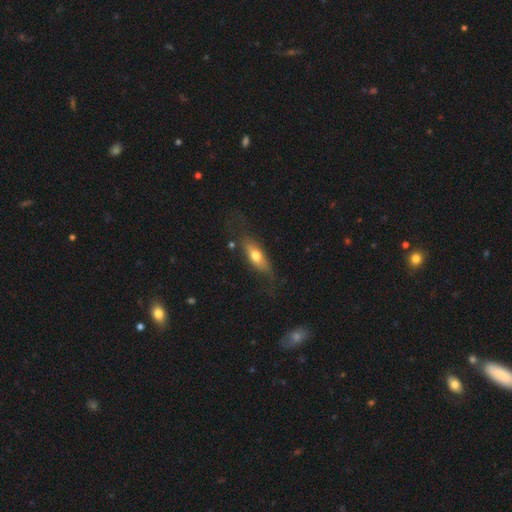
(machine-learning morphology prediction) Smooth or featured: smooth — 56% (featured or disk — 38%)
How rounded: in between — 58% (cigar-shaped — 38%)
Merging: none — 61% (minor disturbance — 23%)